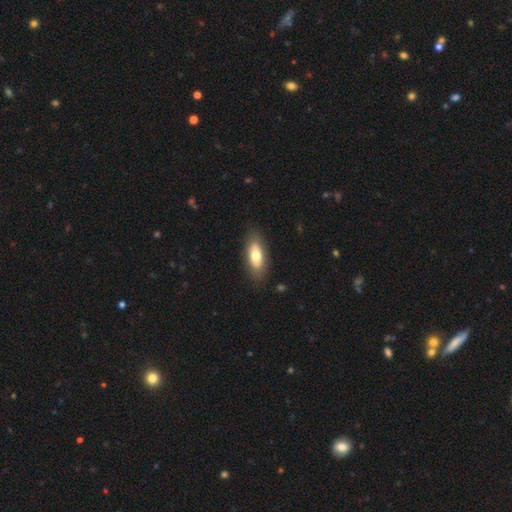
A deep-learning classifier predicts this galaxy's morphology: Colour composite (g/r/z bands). It shows a smooth galaxy with no disk features (69%) that is in between round and cigar-shaped (82%). Merging: none (84%).